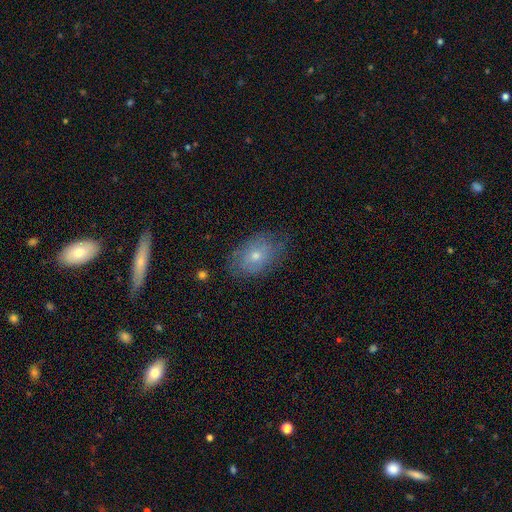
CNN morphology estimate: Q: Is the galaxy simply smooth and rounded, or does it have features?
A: smooth — 53%.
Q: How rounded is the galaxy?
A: in between — 80%.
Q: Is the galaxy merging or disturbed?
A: none — 72%.